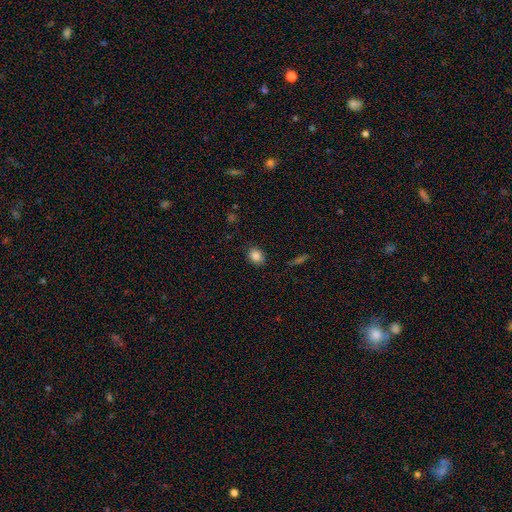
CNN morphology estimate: Smooth or featured: smooth — 86% (star or artifact — 10%)
How rounded: round — 50% (in between — 49%)
Merging: none — 86% (minor disturbance — 10%)